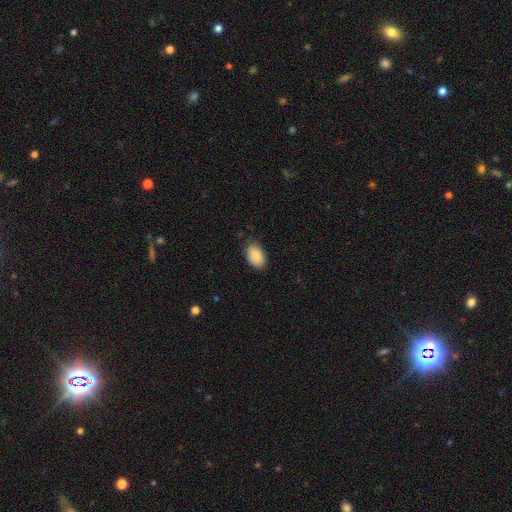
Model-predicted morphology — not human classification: This is clearly a smooth galaxy (87%). How rounded: clearly in between (92%). Merging: clearly none (80%).